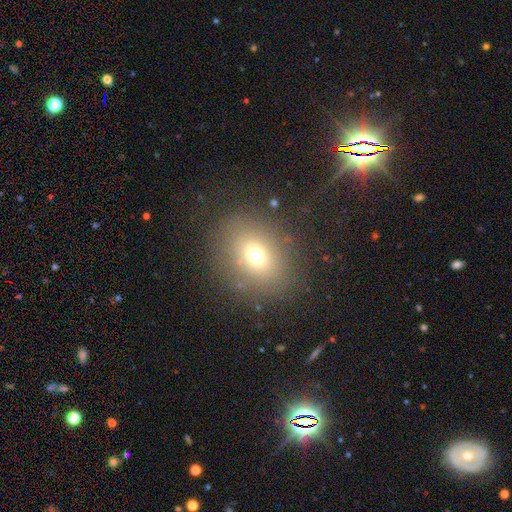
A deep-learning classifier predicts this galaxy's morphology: A smooth galaxy with no disk features (68%) that is round (53%). Merging: none (81%).